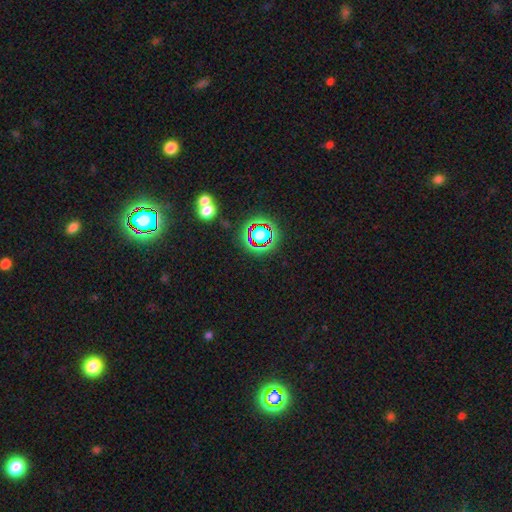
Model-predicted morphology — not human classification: type=star or artifact (79%).